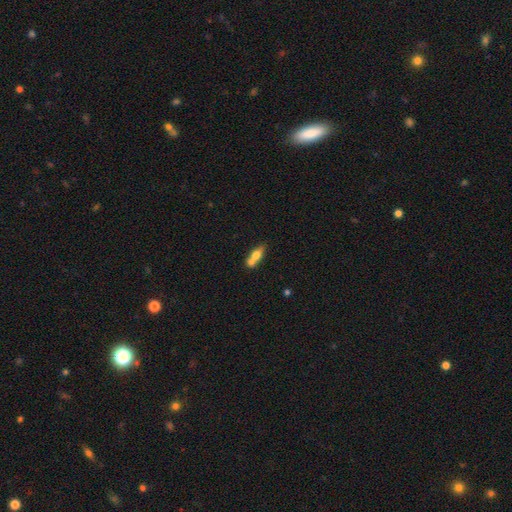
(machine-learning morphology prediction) Q: Smooth or featured?
A: smooth (63%); runner-up: featured or disk (30%)
Q: How rounded?
A: in between (65%); runner-up: cigar-shaped (25%)
Q: Merging?
A: merger (51%); runner-up: none (33%)